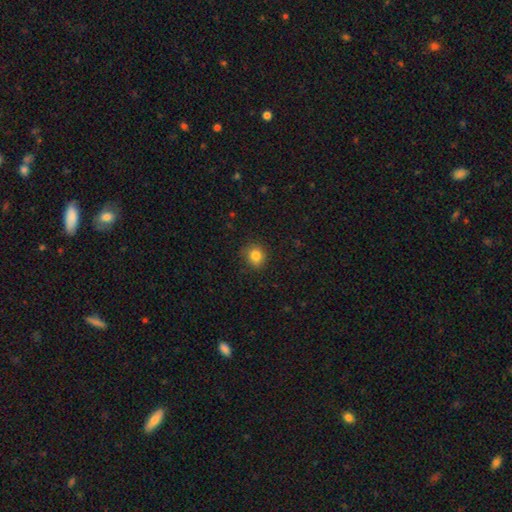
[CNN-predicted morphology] smooth 83%, star or artifact 11%, featured or disk 6%. Down the decision tree: how rounded — round (78%); merging — none (82%).